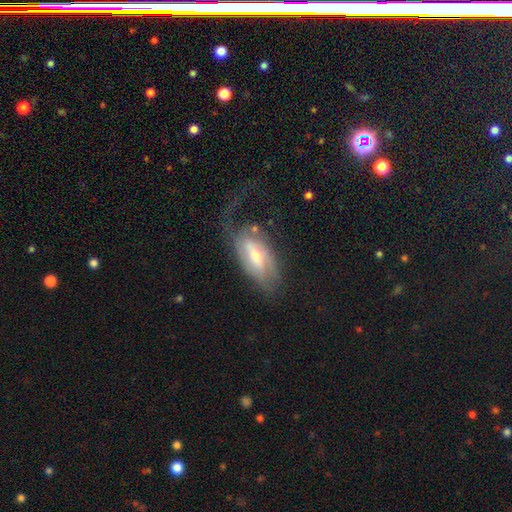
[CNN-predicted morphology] A featured or disk galaxy (63%) with a weak bar (45%), spiral arms (76%) and a moderate central bulge (59%). Merging: major disturbance (40%).